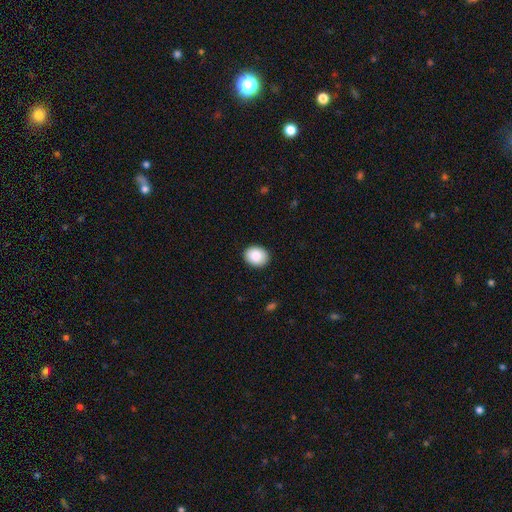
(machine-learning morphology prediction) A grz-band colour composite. It shows a smooth galaxy with no disk features (88%) that is round (51%). Merging: none (90%).